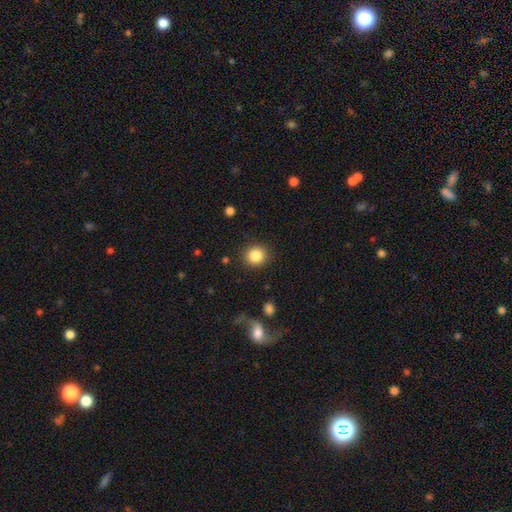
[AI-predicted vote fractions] Smooth or featured?
  - smooth: 85% *
  - star or artifact: 9%
  - featured or disk: 5%
How rounded?
  - round: 86% *
  - in between: 13%
  - cigar-shaped: 1%
Merging?
  - none: 89% *
  - minor disturbance: 7%
  - major disturbance: 3%
  - merger: 1%